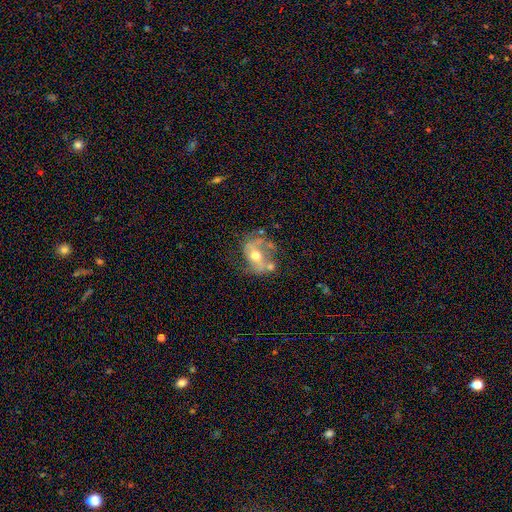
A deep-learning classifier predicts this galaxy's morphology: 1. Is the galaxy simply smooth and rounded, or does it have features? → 71% featured or disk, 21% smooth, 8% star or artifact.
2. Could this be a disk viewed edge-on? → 95% no, 5% yes.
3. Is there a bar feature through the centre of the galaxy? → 38% no, 34% weak, 28% strong.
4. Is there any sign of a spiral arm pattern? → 68% yes, 32% no.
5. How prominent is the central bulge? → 73% moderate, 19% small, 6% large, 1% none, 1% dominant.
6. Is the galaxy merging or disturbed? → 46% none, 23% minor disturbance, 17% major disturbance, 14% merger.